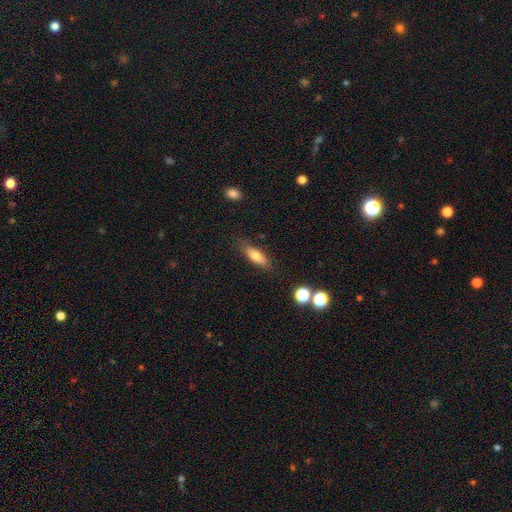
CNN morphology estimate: smooth_or_featured: smooth (p=0.69) [alt: featured or disk p=0.23]
how_rounded: in between (p=0.58) [alt: cigar-shaped p=0.39]
merging: none (p=0.80) [alt: minor disturbance p=0.14]